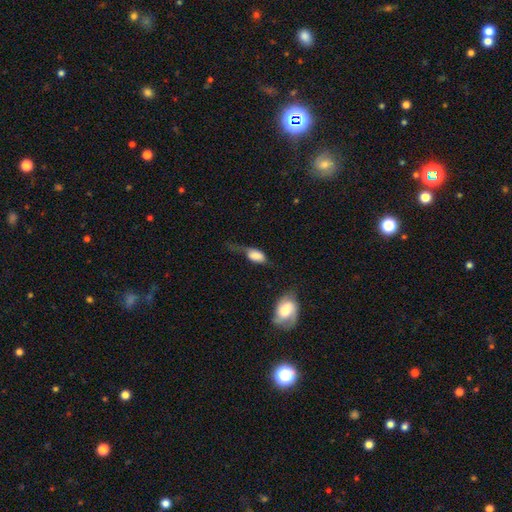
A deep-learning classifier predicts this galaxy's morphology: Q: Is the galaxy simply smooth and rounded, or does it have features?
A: smooth — 73%.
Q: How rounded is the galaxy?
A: in between — 86%.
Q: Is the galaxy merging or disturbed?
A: major disturbance — 39%.